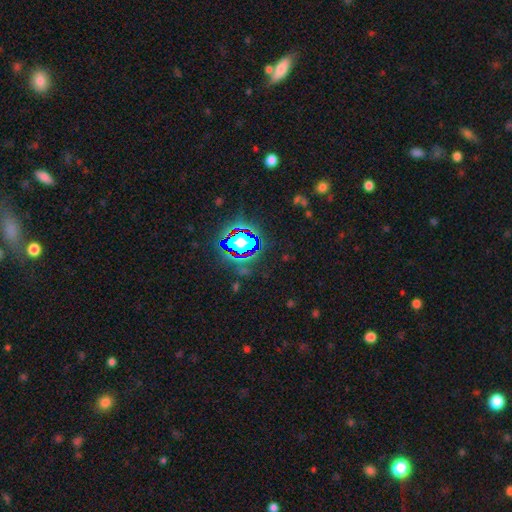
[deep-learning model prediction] smooth-or-featured: star or artifact: 81% | smooth: 11% | featured or disk: 8%